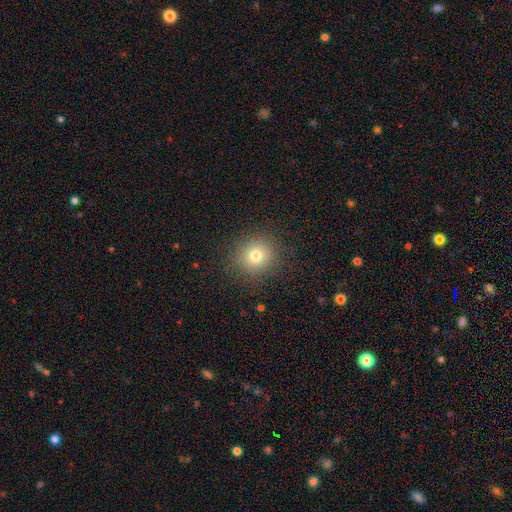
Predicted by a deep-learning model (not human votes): smooth-or-featured: smooth: 77% | star or artifact: 14% | featured or disk: 9%
  how-rounded: round: 88% | in between: 11% | cigar-shaped: 1%
  merging: none: 88% | minor disturbance: 8% | major disturbance: 4% | merger: 1%